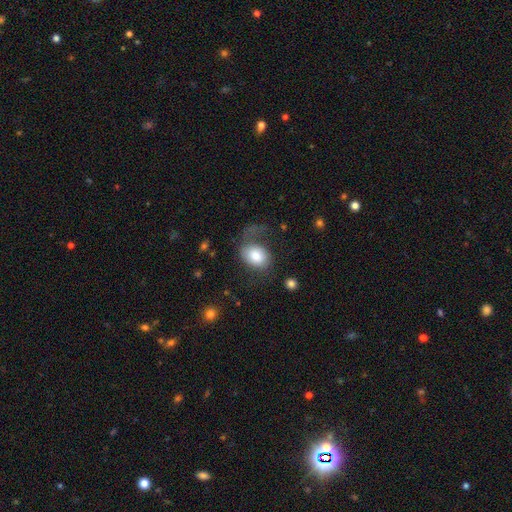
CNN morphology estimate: Overall: smooth (66%; featured or disk 26%). How rounded: in between (65%; round 34%). Merging: none (40%; major disturbance 35%).